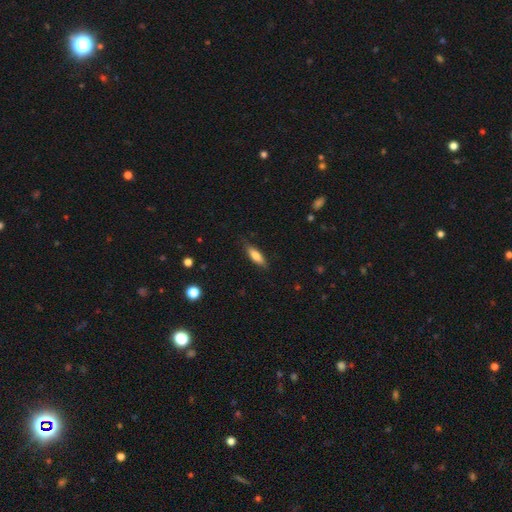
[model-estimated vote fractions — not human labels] smooth-or-featured: smooth: 77% | featured or disk: 16% | star or artifact: 7%
  how-rounded: in between: 51% | cigar-shaped: 47% | round: 2%
  merging: none: 81% | minor disturbance: 14% | major disturbance: 3% | merger: 1%